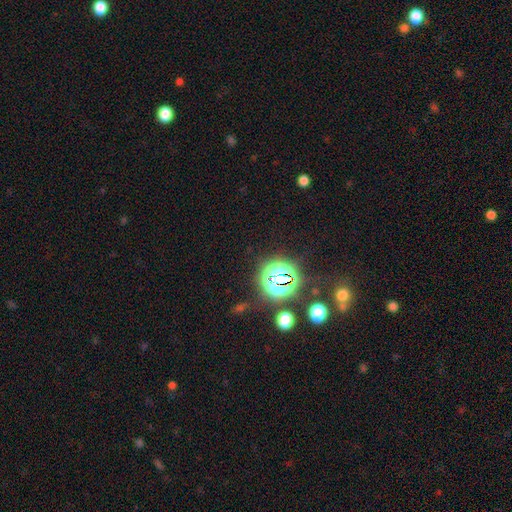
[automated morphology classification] Overall: star or artifact (78%).